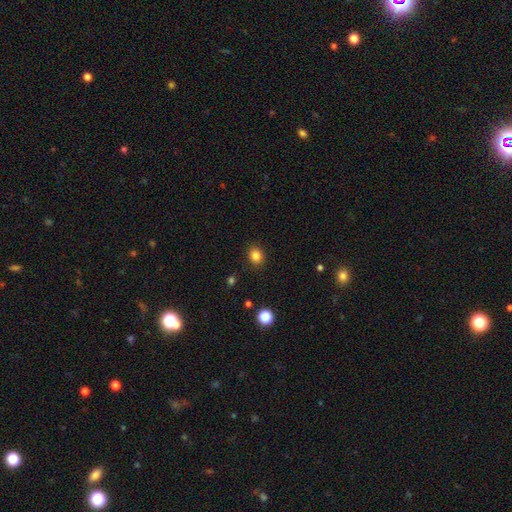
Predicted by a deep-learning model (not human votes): Smooth or featured? Predicted: smooth (p=0.84). How rounded? Predicted: round (p=0.60). Merging? Predicted: none (p=0.89).